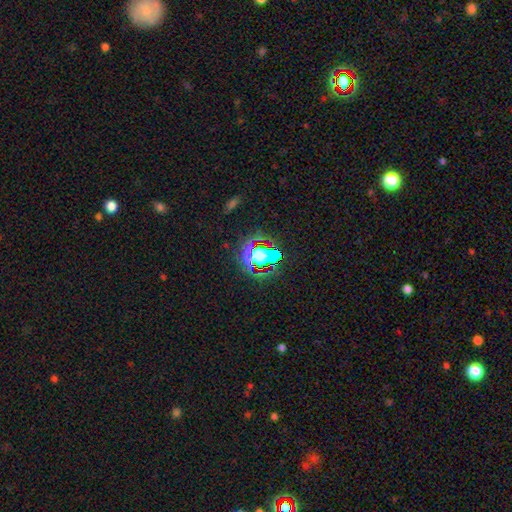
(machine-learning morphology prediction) A star or artifact, not a galaxy (48%).

Vote fractions:
- Smooth or featured? star or artifact: 48% / smooth: 35% / featured or disk: 17%